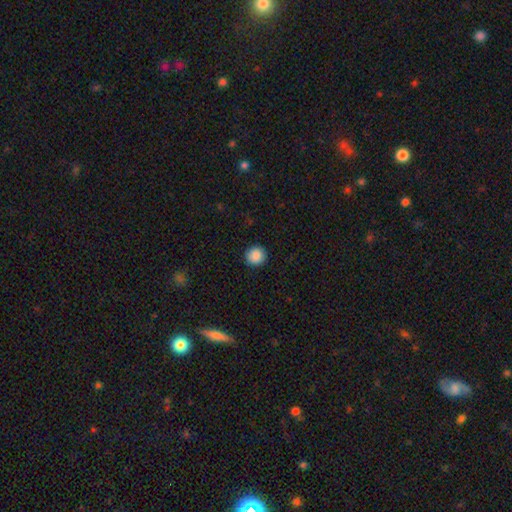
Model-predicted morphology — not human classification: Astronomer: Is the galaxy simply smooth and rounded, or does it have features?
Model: smooth — 88%.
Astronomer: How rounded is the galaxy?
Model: round — 94%.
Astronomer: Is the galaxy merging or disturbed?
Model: none — 92%.